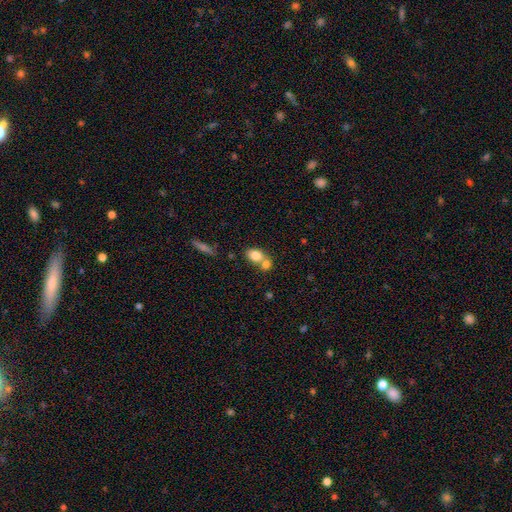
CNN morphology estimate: smooth_or_featured: smooth (p=0.78) [alt: featured or disk p=0.13]
how_rounded: in between (p=0.61) [alt: round p=0.37]
merging: merger (p=0.57) [alt: none p=0.33]